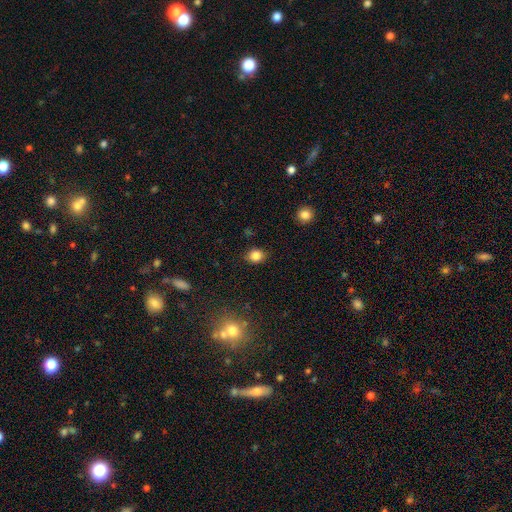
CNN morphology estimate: A smooth galaxy with no disk features (83%) that is round (64%).

Vote fractions:
- Smooth or featured? smooth: 83% / star or artifact: 11% / featured or disk: 5%
- How rounded? round: 64% / in between: 35% / cigar-shaped: 1%
- Merging? none: 87% / minor disturbance: 9% / major disturbance: 2% / merger: 1%